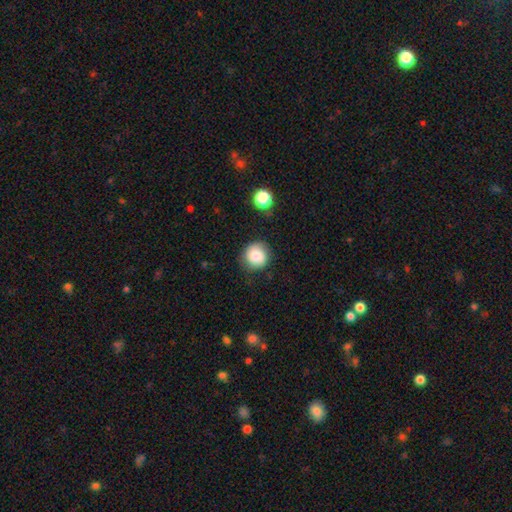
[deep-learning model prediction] A smooth galaxy with no disk features (80%) that is round (90%). Merging: none (79%).